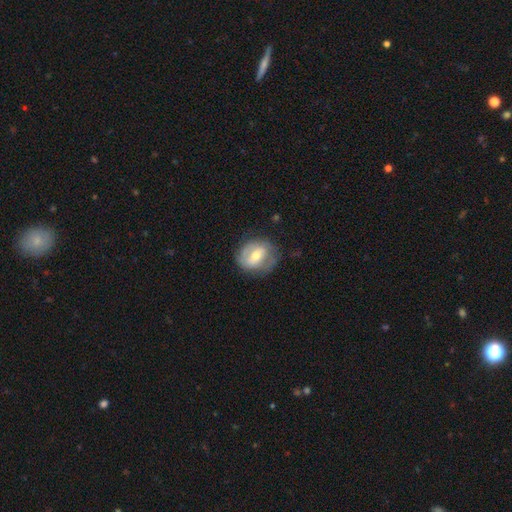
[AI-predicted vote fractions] A featured or disk galaxy (53%) with a weak bar (43%), spiral arms (51%) and a moderate central bulge (67%). Merging: none (70%).